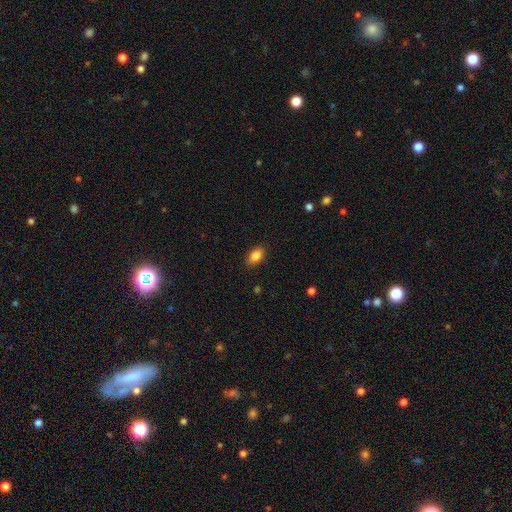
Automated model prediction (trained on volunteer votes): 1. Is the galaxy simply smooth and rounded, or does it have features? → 85% smooth, 8% star or artifact, 7% featured or disk.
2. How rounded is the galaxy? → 88% in between, 9% round, 3% cigar-shaped.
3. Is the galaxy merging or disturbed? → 88% none, 9% minor disturbance, 2% major disturbance, 1% merger.